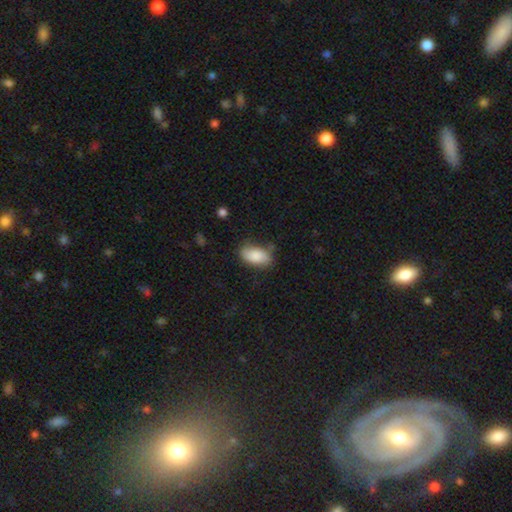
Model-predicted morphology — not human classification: Smooth or featured? smooth (84%)
How rounded? in between (93%)
Merging? none (72%)